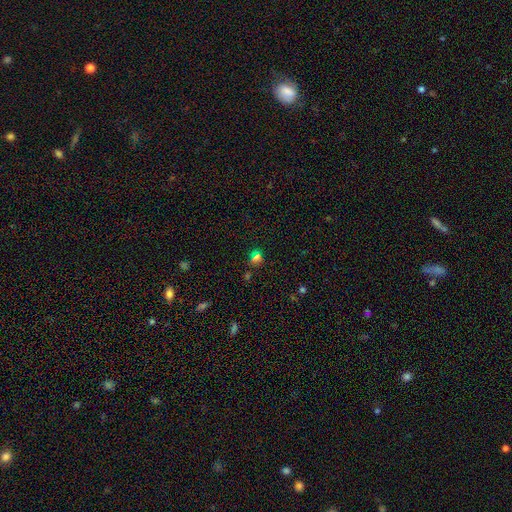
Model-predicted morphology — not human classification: Smooth or featured? Predicted: smooth (p=0.63). How rounded? Predicted: round (p=0.68). Merging? Predicted: none (p=0.71).